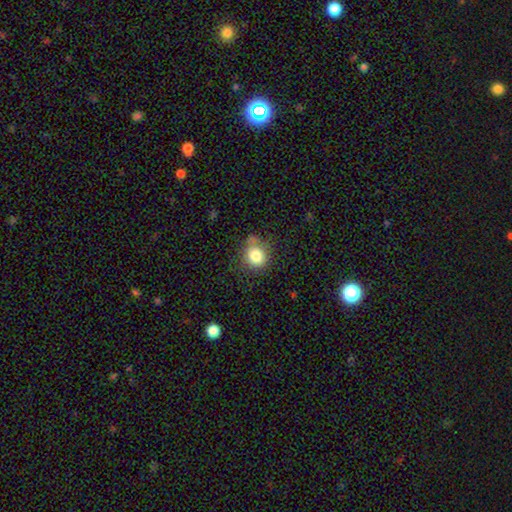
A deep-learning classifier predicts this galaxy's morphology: Smooth or featured: smooth — 82% (star or artifact — 11%)
How rounded: round — 81% (in between — 18%)
Merging: none — 68% (minor disturbance — 20%)